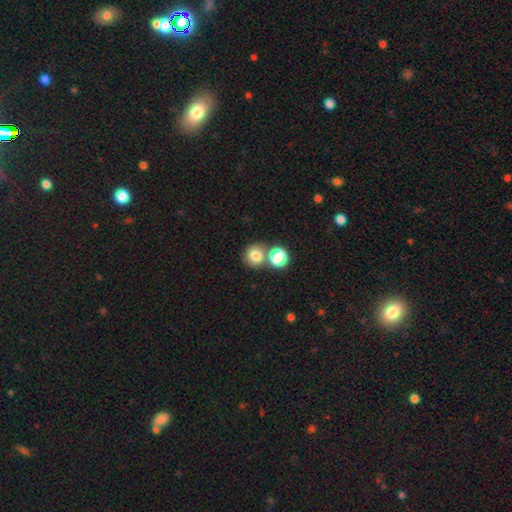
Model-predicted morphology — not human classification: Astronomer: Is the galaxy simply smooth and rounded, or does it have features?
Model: smooth — 78%.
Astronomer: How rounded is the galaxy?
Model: round — 87%.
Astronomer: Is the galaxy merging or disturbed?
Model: none — 60%.